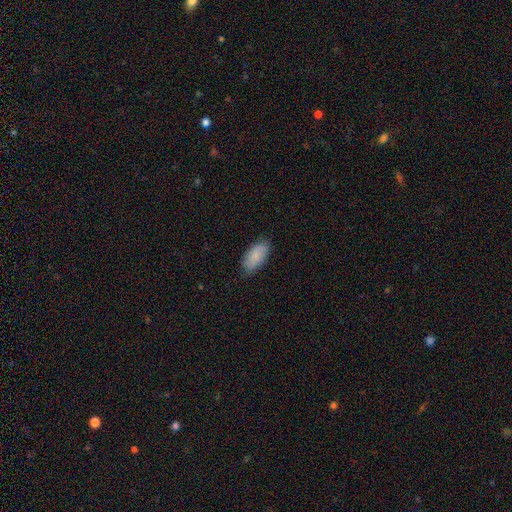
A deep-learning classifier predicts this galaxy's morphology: smooth 85%, featured or disk 9%, star or artifact 6%. Down the decision tree: how rounded — in between (93%); merging — none (82%).